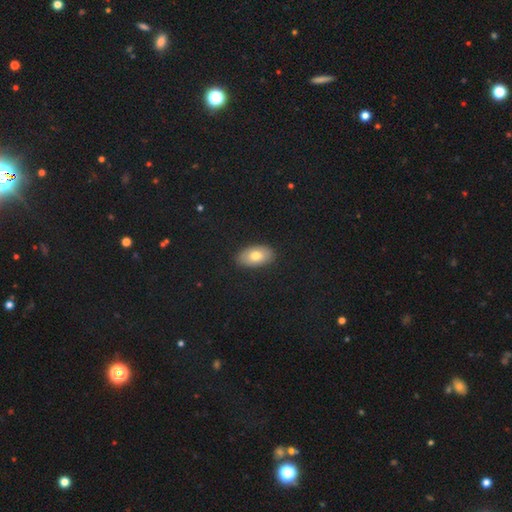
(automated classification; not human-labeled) Smooth or featured? Predicted: smooth (p=0.77). How rounded? Predicted: in between (p=0.92). Merging? Predicted: none (p=0.87).